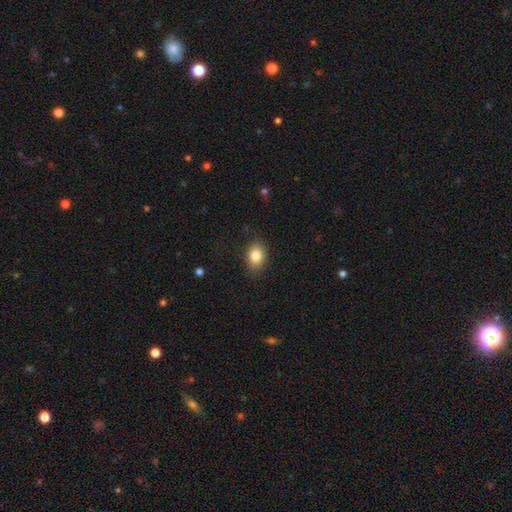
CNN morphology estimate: Smooth or featured? smooth (84%)
How rounded? in between (74%)
Merging? none (84%)